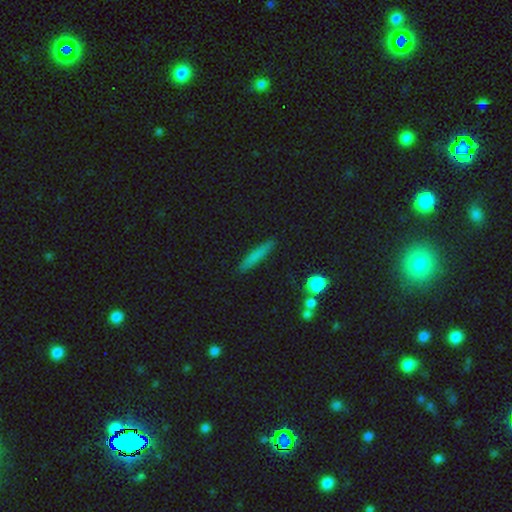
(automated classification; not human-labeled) The model was most divided on "smooth or featured": smooth: 73%, featured or disk: 20%, star or artifact: 7%. More confident: how rounded — cigar-shaped (92%); merging — none (87%).